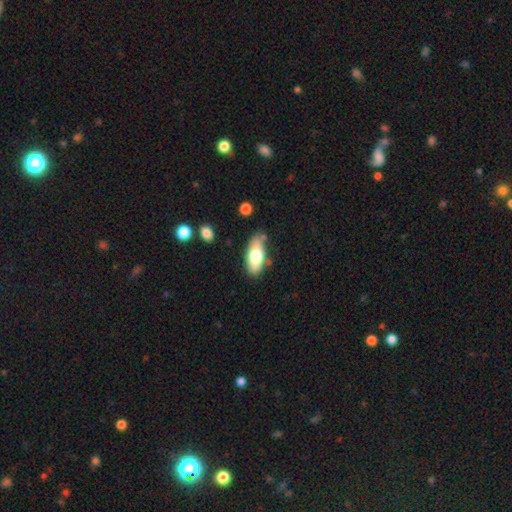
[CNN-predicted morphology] Smooth or featured?
  - smooth: 70% *
  - featured or disk: 24%
  - star or artifact: 6%
How rounded?
  - in between: 86% *
  - cigar-shaped: 11%
  - round: 3%
Merging?
  - none: 76% *
  - minor disturbance: 16%
  - merger: 5%
  - major disturbance: 3%